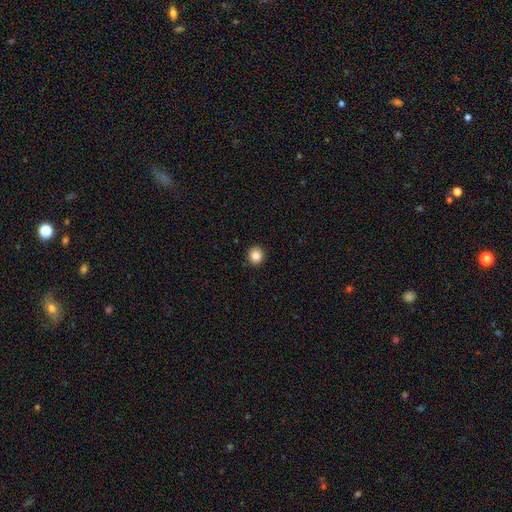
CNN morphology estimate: The model was most divided on "how rounded": round: 84%, in between: 15%, cigar-shaped: 1%. More confident: merging — none (91%); smooth or featured — smooth (86%).